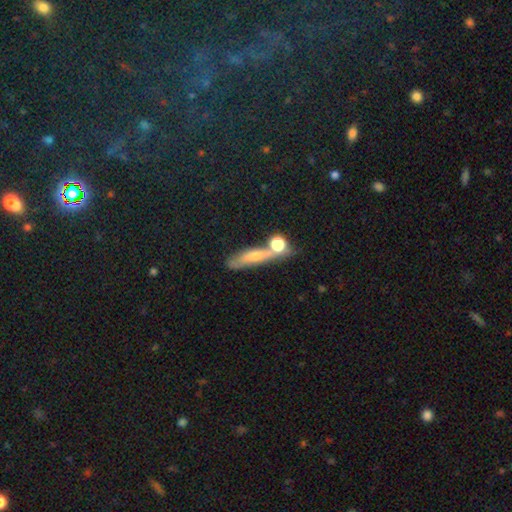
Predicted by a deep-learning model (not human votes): This is possibly a smooth galaxy (53%). How rounded: likely cigar-shaped (64%). Merging: possibly none (57%).